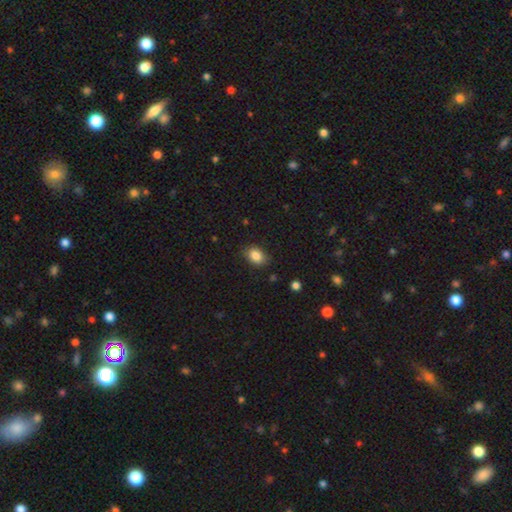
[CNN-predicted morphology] The model was most divided on "how rounded": in between: 75%, round: 24%, cigar-shaped: 1%. More confident: smooth or featured — smooth (86%); merging — none (83%).